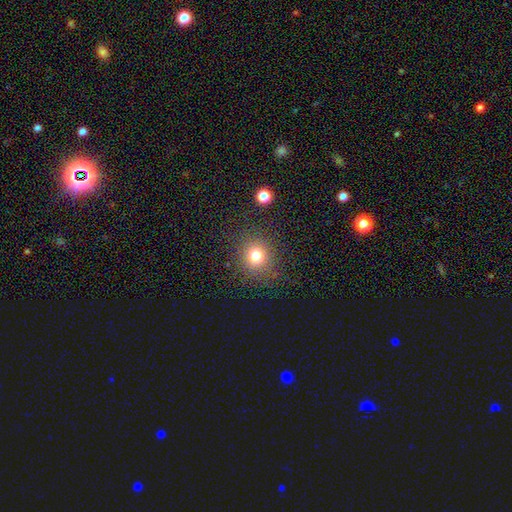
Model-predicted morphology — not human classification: Q: Smooth or featured?
A: smooth (77%); runner-up: star or artifact (15%)
Q: How rounded?
A: round (86%); runner-up: in between (13%)
Q: Merging?
A: none (85%); runner-up: minor disturbance (9%)